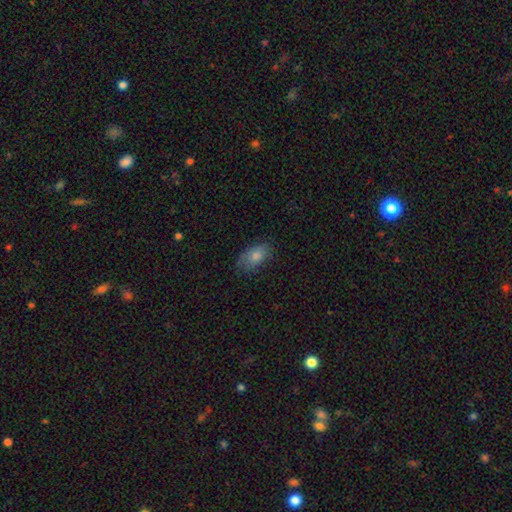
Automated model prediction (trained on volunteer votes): Overall: smooth (77%). How rounded: in between (90%). Merging: none (74%).